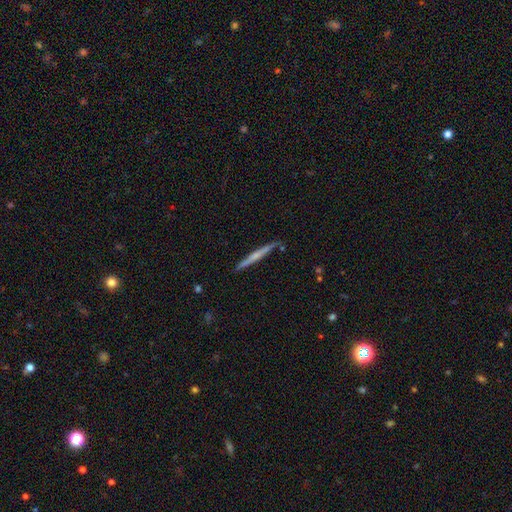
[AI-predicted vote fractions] Smooth or featured? featured or disk (56%)
Edge-on disk? yes (97%)
Edge-on bulge? none (57%)
Merging? none (87%)